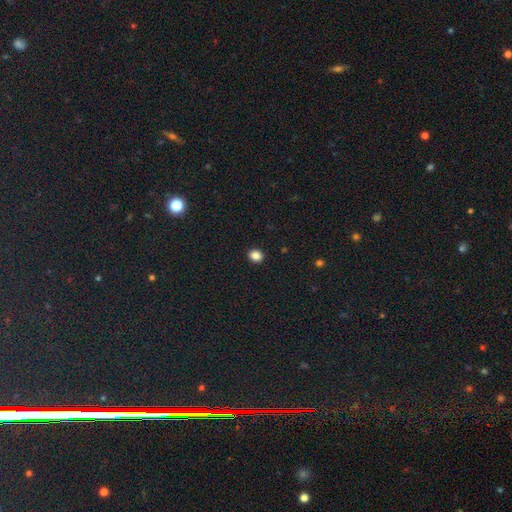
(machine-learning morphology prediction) Smooth or featured: smooth — 85% (star or artifact — 11%)
How rounded: round — 66% (in between — 33%)
Merging: none — 91% (minor disturbance — 6%)